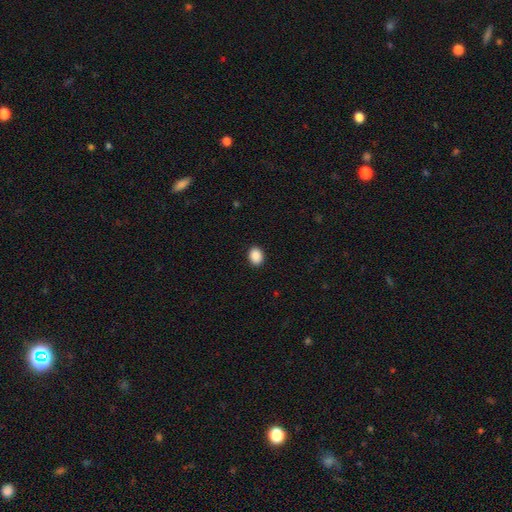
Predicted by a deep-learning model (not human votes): smooth_or_featured: smooth (p=0.90) [alt: star or artifact p=0.08]
how_rounded: in between (p=0.60) [alt: round p=0.39]
merging: none (p=0.91) [alt: minor disturbance p=0.06]